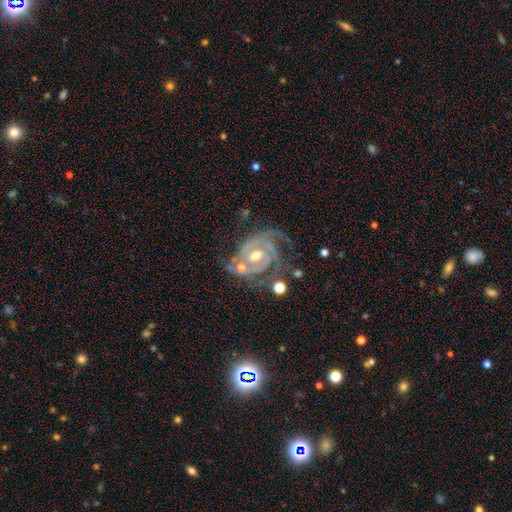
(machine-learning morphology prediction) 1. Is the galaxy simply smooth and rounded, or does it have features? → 90% featured or disk, 5% star or artifact, 4% smooth.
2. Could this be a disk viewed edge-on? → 97% no, 3% yes.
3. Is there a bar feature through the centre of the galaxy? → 43% no, 40% weak, 17% strong.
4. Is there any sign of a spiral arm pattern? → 97% yes, 3% no.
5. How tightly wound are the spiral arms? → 63% tight, 31% medium, 6% loose.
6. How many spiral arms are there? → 46% 2, 26% 3, 14% can't tell, 6% 1, 5% 4, 4% more than 4.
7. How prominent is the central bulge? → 69% moderate, 25% small, 4% large, 1% none, 1% dominant.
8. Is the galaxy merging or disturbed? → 49% none, 22% minor disturbance, 16% major disturbance, 13% merger.